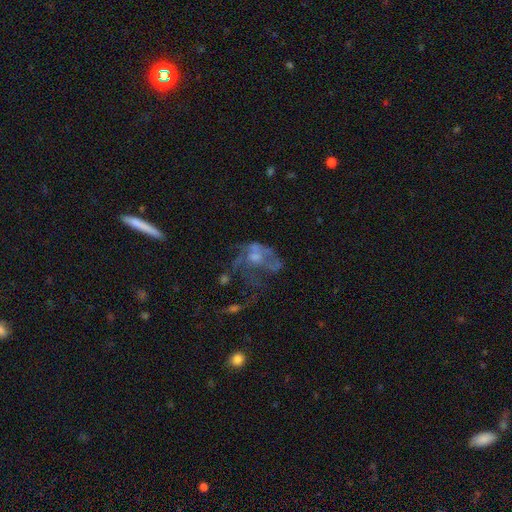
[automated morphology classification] Q: Smooth or featured?
A: featured or disk (59%); runner-up: smooth (23%)
Q: Edge-on disk?
A: no (96%); runner-up: yes (4%)
Q: Bar?
A: no (85%); runner-up: weak (12%)
Q: Spiral arms?
A: no (75%); runner-up: yes (25%)
Q: Bulge size?
A: moderate (38%); runner-up: small (34%)
Q: Merging?
A: major disturbance (42%); runner-up: none (32%)